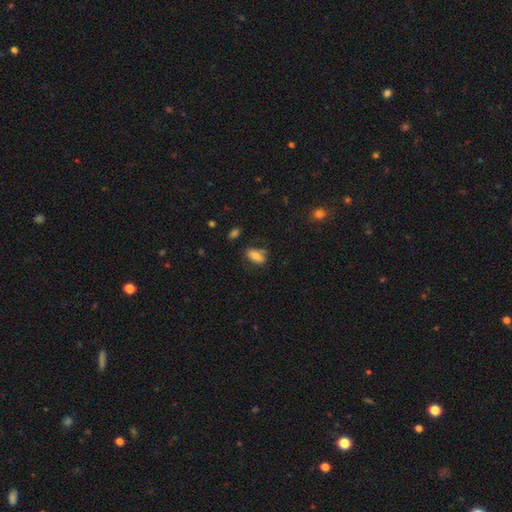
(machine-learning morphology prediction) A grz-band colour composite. It shows a smooth galaxy with no disk features (75%) that is in between round and cigar-shaped (87%). Merging: none (68%).